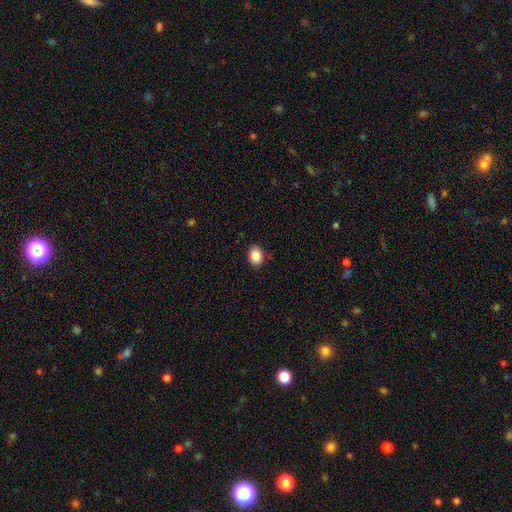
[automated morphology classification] smooth 88%, star or artifact 8%, featured or disk 4%. Down the decision tree: how rounded — in between (71%); merging — none (89%).